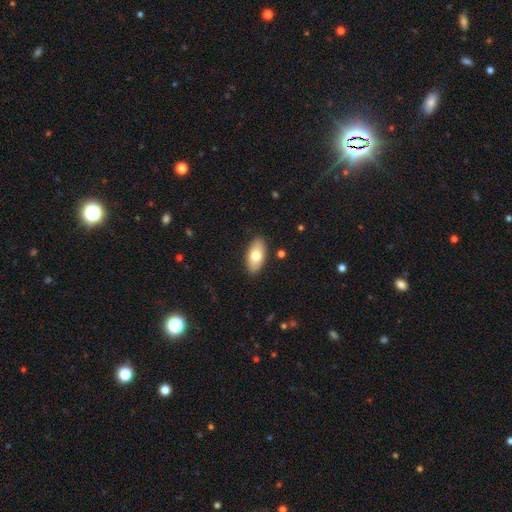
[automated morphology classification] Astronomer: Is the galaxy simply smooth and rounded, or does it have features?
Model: smooth — 72%.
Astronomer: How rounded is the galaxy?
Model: in between — 91%.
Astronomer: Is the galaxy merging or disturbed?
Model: none — 89%.